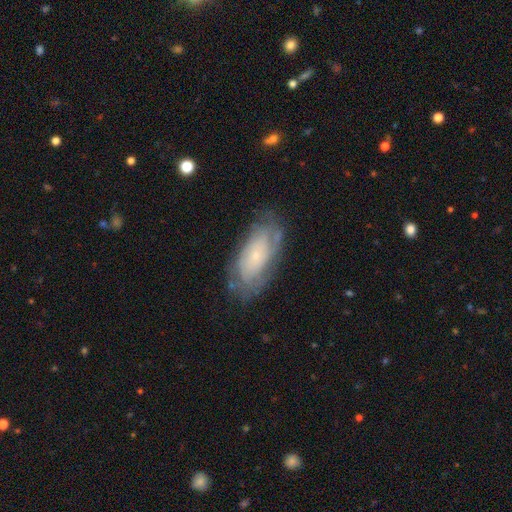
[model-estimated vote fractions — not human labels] featured or disk 57%, smooth 35%, star or artifact 8%. Down the decision tree: edge-on disk — no (90%); bar — no (80%); spiral arms — yes (75%); bulge size — small (78%); merging — none (72%).